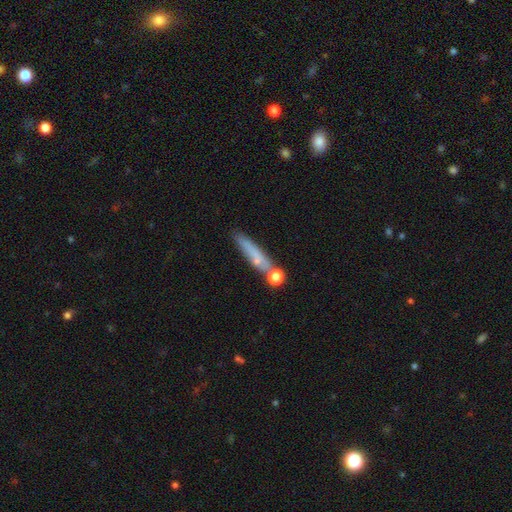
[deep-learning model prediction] Q: Smooth or featured?
A: smooth (60%); runner-up: featured or disk (29%)
Q: How rounded?
A: cigar-shaped (84%); runner-up: in between (12%)
Q: Merging?
A: none (63%); runner-up: minor disturbance (17%)